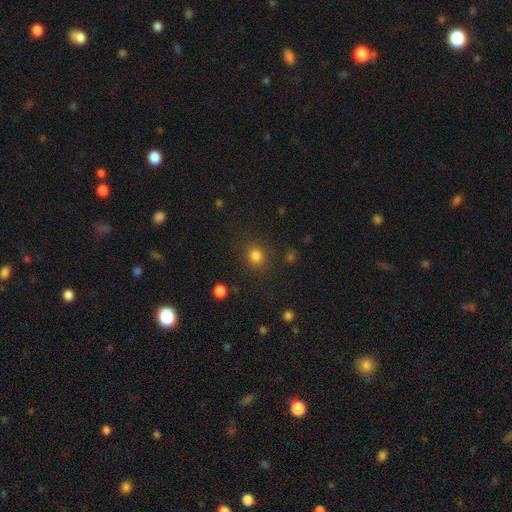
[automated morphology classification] smooth 83%, star or artifact 13%, featured or disk 5%. Down the decision tree: how rounded — round (77%); merging — none (85%).